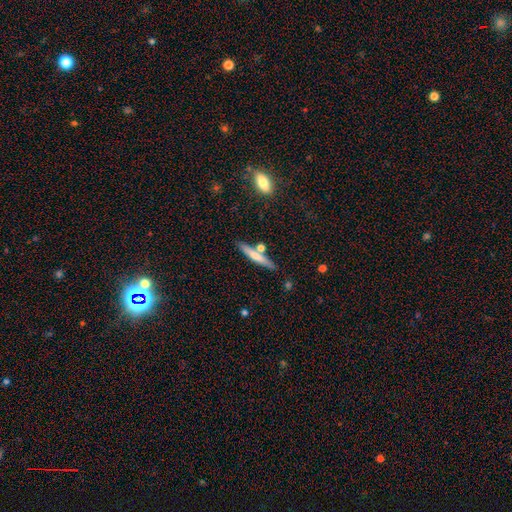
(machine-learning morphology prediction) Smooth or featured? smooth (59%)
How rounded? cigar-shaped (92%)
Merging? none (75%)